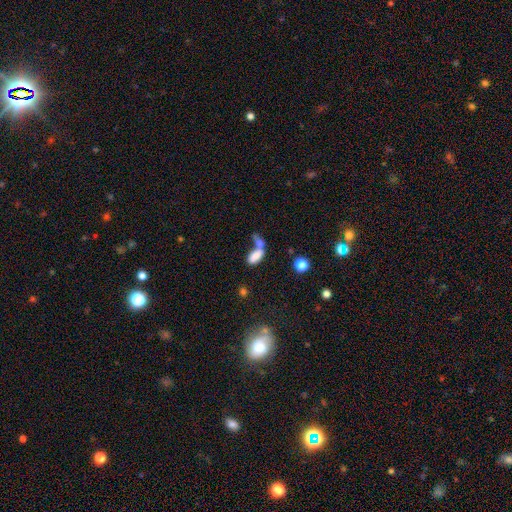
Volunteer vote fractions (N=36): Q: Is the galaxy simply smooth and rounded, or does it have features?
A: smooth — 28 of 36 (78%).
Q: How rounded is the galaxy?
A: in between — 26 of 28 (93%).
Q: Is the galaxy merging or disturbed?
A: merger — 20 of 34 (59%).